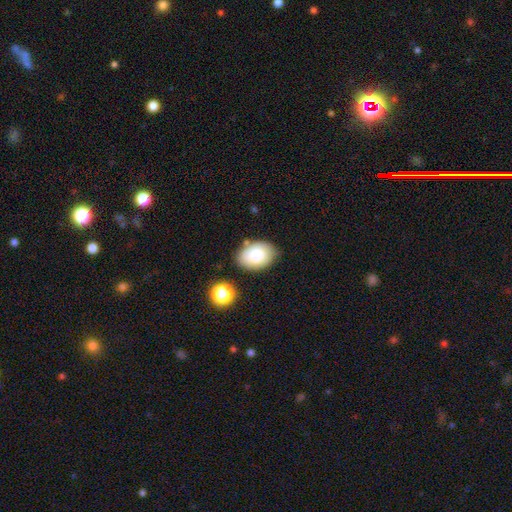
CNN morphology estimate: type=smooth (79%); roundness=in between (81%); merging=none (77%).